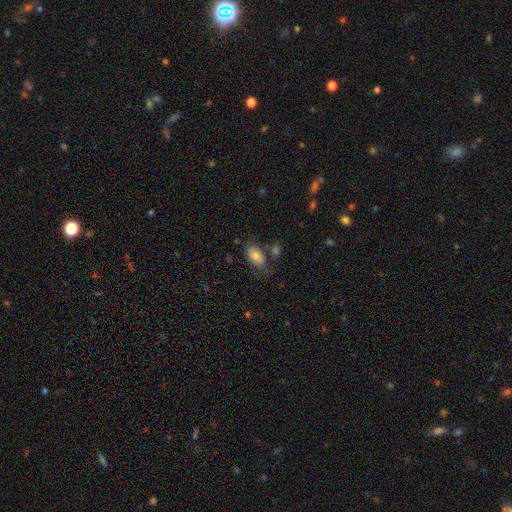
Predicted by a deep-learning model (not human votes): smooth 77%, featured or disk 14%, star or artifact 9%. Down the decision tree: how rounded — in between (91%); merging — none (60%).